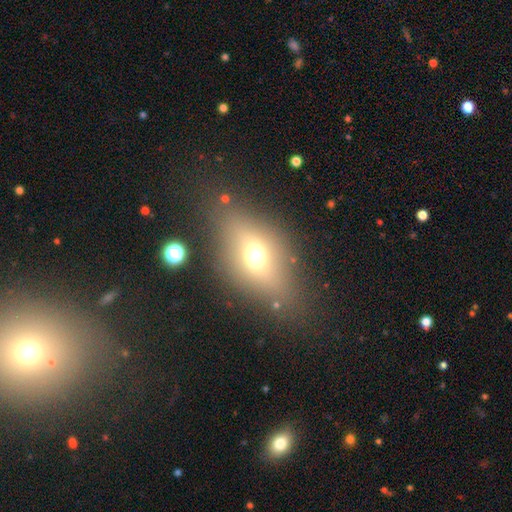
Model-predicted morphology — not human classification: Smooth or featured: smooth — 60% (featured or disk — 22%)
How rounded: in between — 71% (round — 22%)
Merging: none — 78% (minor disturbance — 11%)